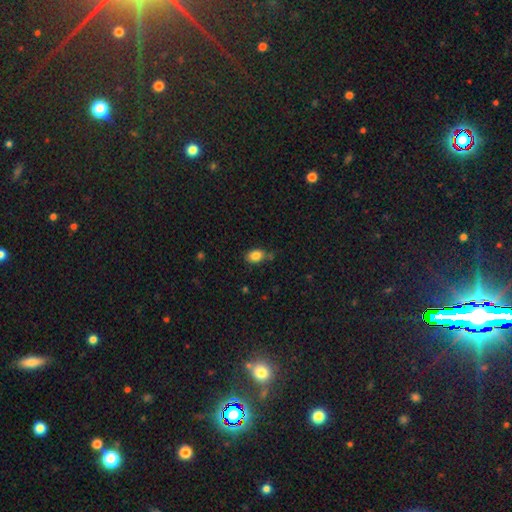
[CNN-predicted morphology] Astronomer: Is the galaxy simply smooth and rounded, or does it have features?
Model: smooth — 85%.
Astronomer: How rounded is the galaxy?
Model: in between — 77%.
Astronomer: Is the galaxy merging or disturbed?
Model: none — 70%.